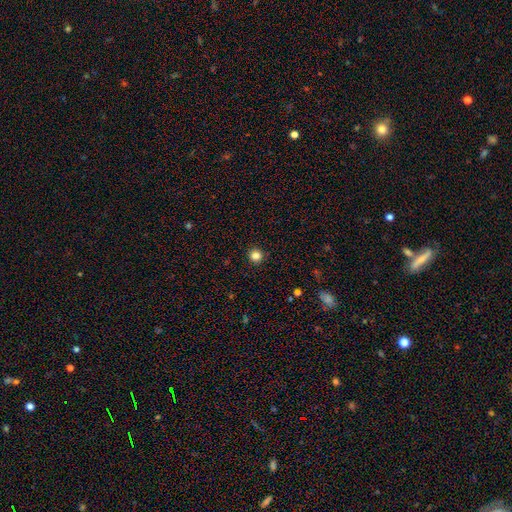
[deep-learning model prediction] Smooth or featured?
  - smooth: 83% *
  - star or artifact: 13%
  - featured or disk: 4%
How rounded?
  - round: 95% *
  - in between: 4%
  - cigar-shaped: 1%
Merging?
  - none: 93% *
  - minor disturbance: 5%
  - major disturbance: 2%
  - merger: 1%